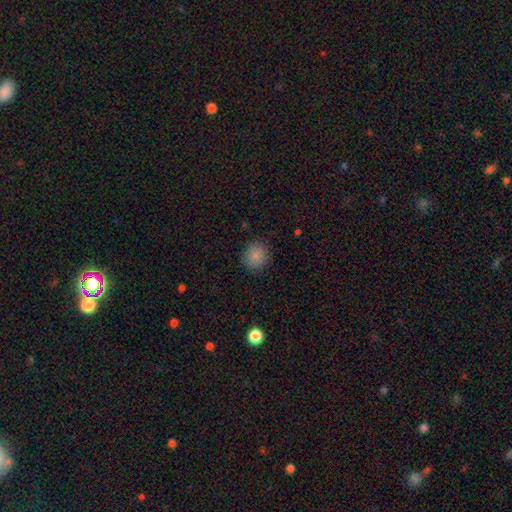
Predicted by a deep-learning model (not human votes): Q: Smooth or featured?
A: smooth (87%); runner-up: star or artifact (10%)
Q: How rounded?
A: round (82%); runner-up: in between (17%)
Q: Merging?
A: none (86%); runner-up: minor disturbance (10%)